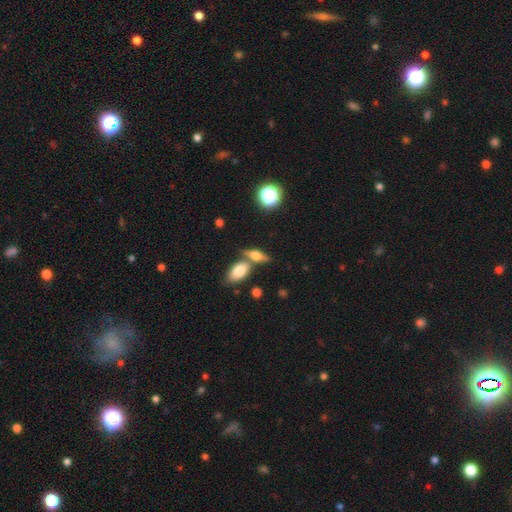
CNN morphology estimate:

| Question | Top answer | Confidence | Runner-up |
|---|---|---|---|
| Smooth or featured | smooth | 51% | featured or disk (38%) |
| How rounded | in between | 62% | cigar-shaped (29%) |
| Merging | none | 57% | merger (29%) |